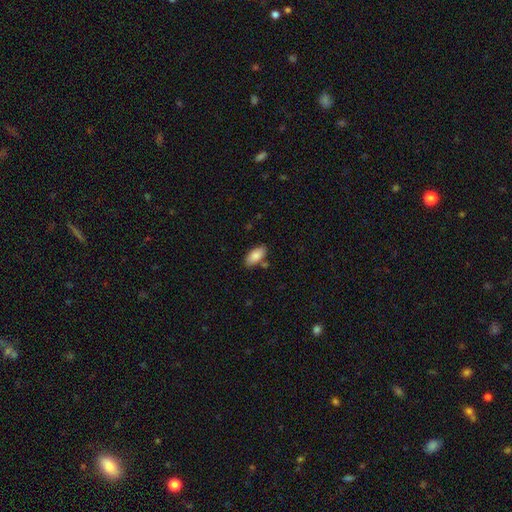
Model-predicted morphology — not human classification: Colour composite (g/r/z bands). It shows a smooth galaxy with no disk features (86%) that is in between round and cigar-shaped (93%). Merging: none (79%).